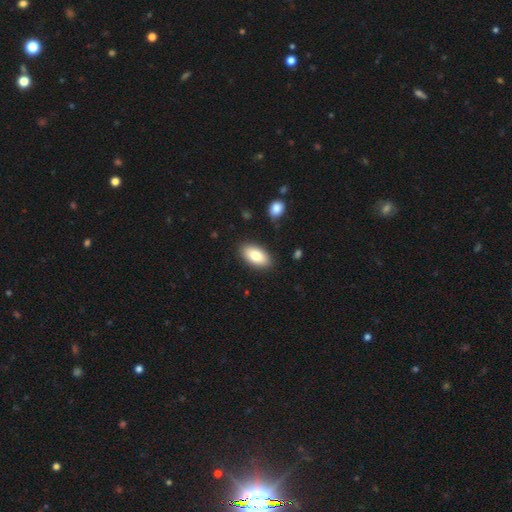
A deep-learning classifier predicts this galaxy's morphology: Smooth or featured? Predicted: smooth (p=0.81). How rounded? Predicted: in between (p=0.93). Merging? Predicted: none (p=0.87).